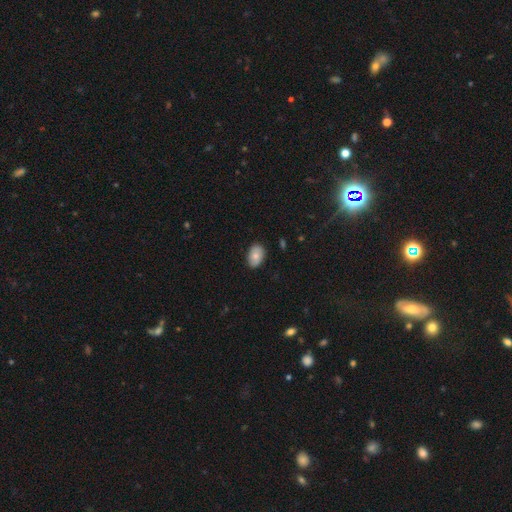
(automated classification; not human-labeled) Smooth or featured? Predicted: smooth (p=0.75). How rounded? Predicted: in between (p=0.87). Merging? Predicted: none (p=0.84).